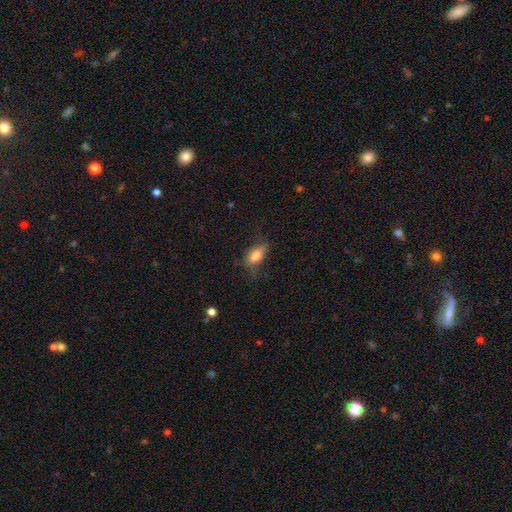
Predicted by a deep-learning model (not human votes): Smooth or featured: smooth — 77% (featured or disk — 15%)
How rounded: in between — 83% (cigar-shaped — 12%)
Merging: none — 58% (minor disturbance — 27%)